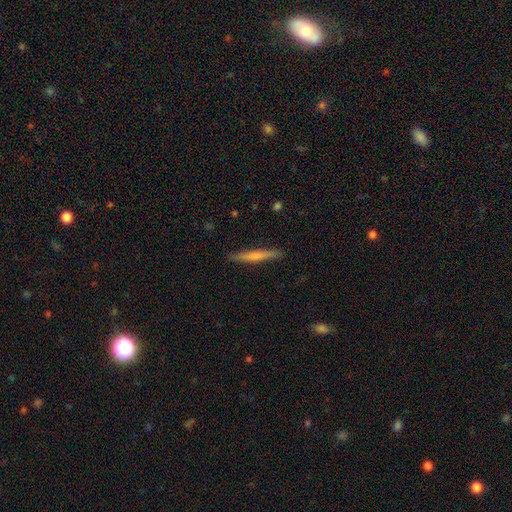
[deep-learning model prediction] smooth 57%, featured or disk 38%, star or artifact 6%. Down the decision tree: how rounded — cigar-shaped (95%); merging — none (91%).